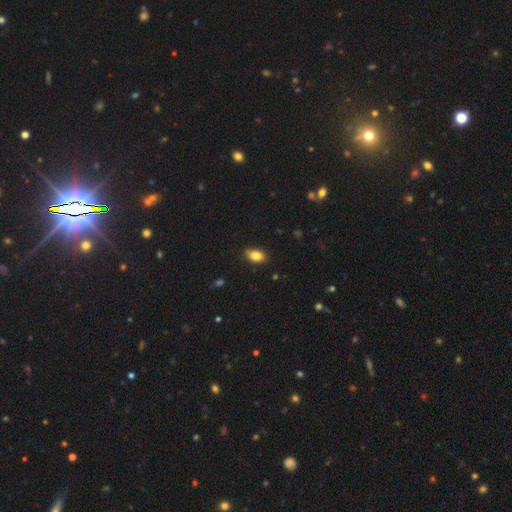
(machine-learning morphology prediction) smooth_or_featured: smooth (p=0.84) [alt: star or artifact p=0.08]
how_rounded: in between (p=0.85) [alt: round p=0.12]
merging: none (p=0.82) [alt: minor disturbance p=0.14]